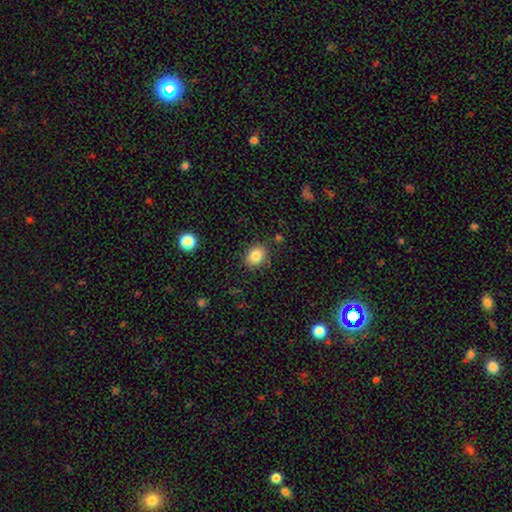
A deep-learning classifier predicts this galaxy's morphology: Q: Smooth or featured?
A: smooth (83%); runner-up: star or artifact (10%)
Q: How rounded?
A: round (50%); runner-up: in between (49%)
Q: Merging?
A: none (83%); runner-up: minor disturbance (11%)